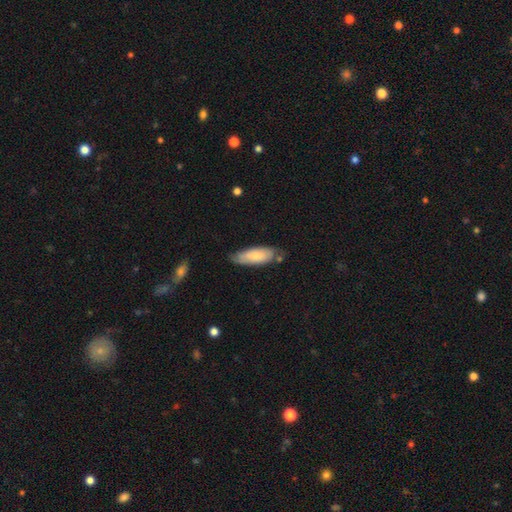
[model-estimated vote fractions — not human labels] A smooth galaxy with no disk features (72%) that is in between round and cigar-shaped (67%). Merging: none (61%).